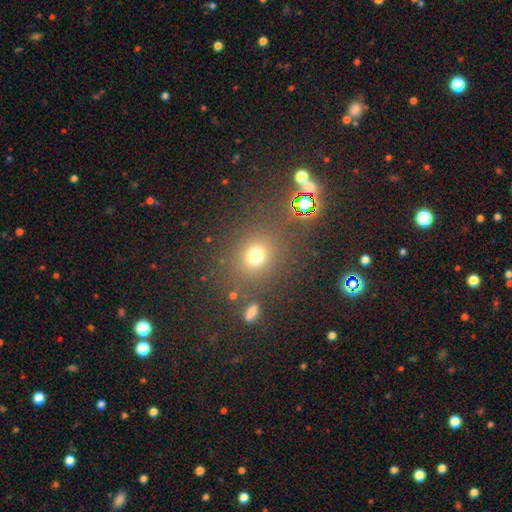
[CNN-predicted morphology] Smooth or featured?
  - smooth: 69% *
  - star or artifact: 23%
  - featured or disk: 8%
How rounded?
  - round: 78% *
  - in between: 21%
  - cigar-shaped: 1%
Merging?
  - none: 81% *
  - minor disturbance: 9%
  - merger: 5%
  - major disturbance: 5%